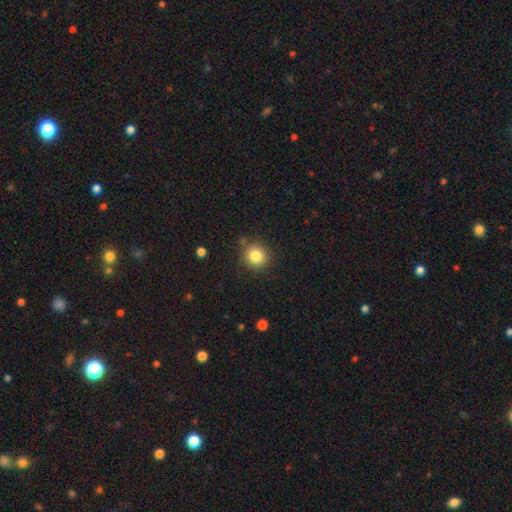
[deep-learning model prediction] smooth_or_featured: smooth (p=0.83) [alt: star or artifact p=0.11]
how_rounded: round (p=0.89) [alt: in between p=0.10]
merging: none (p=0.83) [alt: minor disturbance p=0.10]